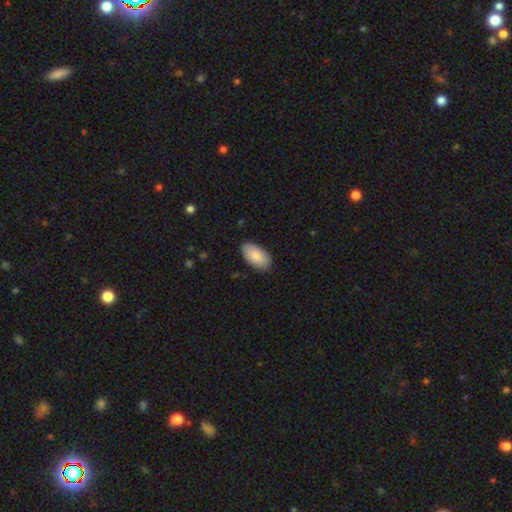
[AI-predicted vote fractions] Smooth or featured? smooth (87%)
How rounded? in between (96%)
Merging? none (85%)